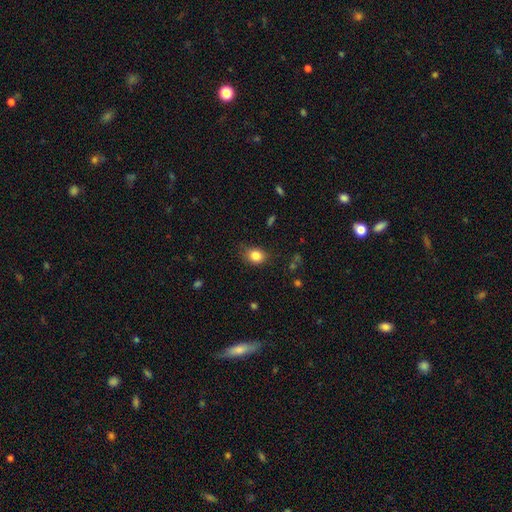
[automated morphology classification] smooth_or_featured: smooth (p=0.84) [alt: star or artifact p=0.10]
how_rounded: round (p=0.50) [alt: in between p=0.49]
merging: none (p=0.74) [alt: minor disturbance p=0.20]